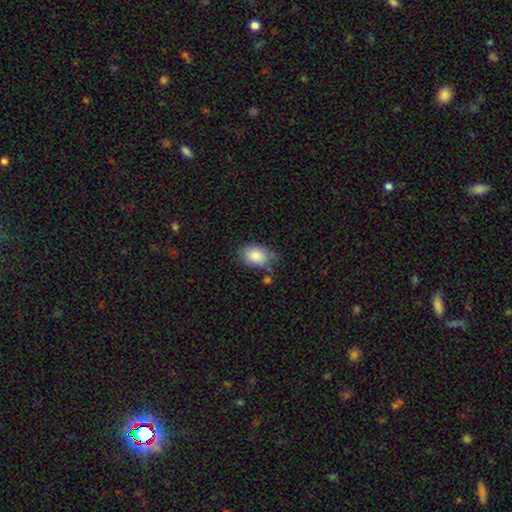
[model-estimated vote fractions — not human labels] Q: Smooth or featured?
A: smooth (85%); runner-up: featured or disk (8%)
Q: How rounded?
A: in between (84%); runner-up: round (15%)
Q: Merging?
A: none (59%); runner-up: minor disturbance (28%)